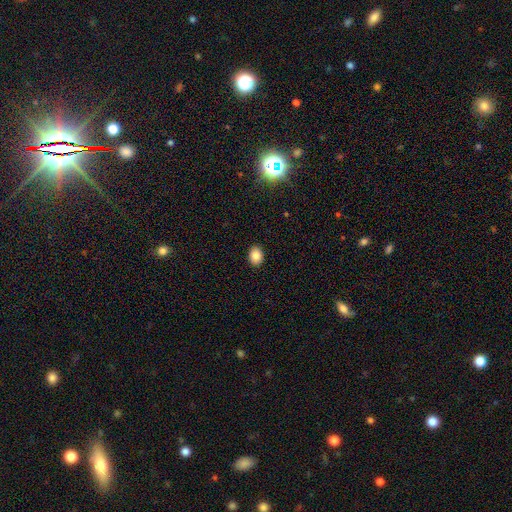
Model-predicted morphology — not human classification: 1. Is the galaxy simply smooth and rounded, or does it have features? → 85% smooth, 9% star or artifact, 6% featured or disk.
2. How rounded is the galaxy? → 66% in between, 33% round, 1% cigar-shaped.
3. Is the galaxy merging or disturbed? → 91% none, 7% minor disturbance, 2% major disturbance, 1% merger.